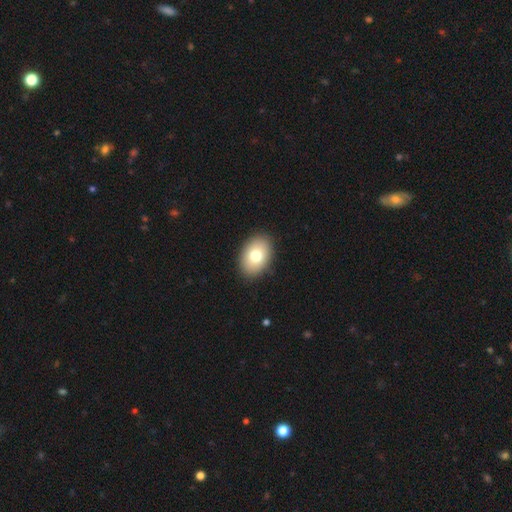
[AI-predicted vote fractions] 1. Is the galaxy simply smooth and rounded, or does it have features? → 76% smooth, 15% featured or disk, 8% star or artifact.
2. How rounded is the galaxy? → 82% in between, 17% round, 1% cigar-shaped.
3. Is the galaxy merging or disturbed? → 90% none, 7% minor disturbance, 2% major disturbance, 1% merger.